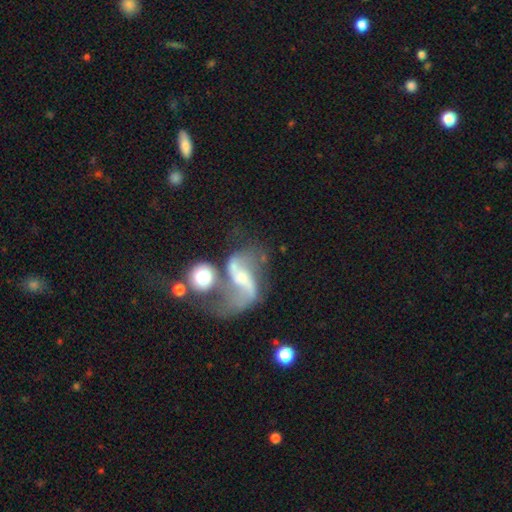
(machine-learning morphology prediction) Smooth or featured? Predicted: featured or disk (p=0.78). Edge-on disk? Predicted: no (p=0.96). Bar? Predicted: weak (p=0.43). Spiral arms? Predicted: yes (p=0.91). Spiral winding? Predicted: loose (p=0.80). Spiral arm count? Predicted: 2 (p=0.87). Bulge size? Predicted: small (p=0.42). Merging? Predicted: merger (p=0.33).